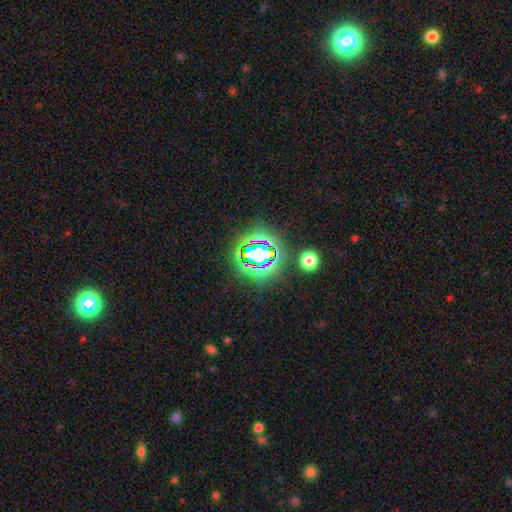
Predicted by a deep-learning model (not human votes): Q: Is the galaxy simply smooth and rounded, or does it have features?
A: star or artifact — 71%.